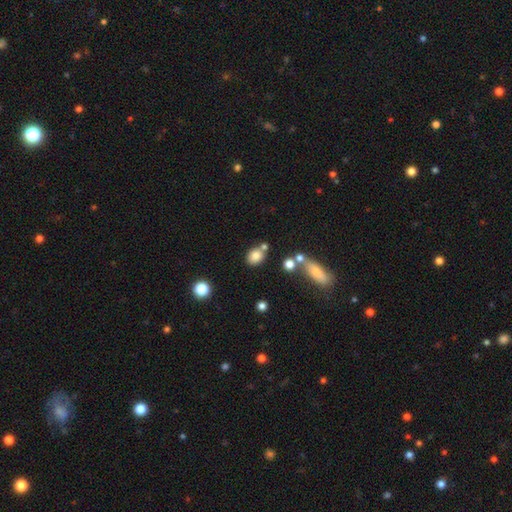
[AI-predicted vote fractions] Smooth or featured: smooth — 81% (star or artifact — 11%)
How rounded: in between — 54% (round — 44%)
Merging: none — 65% (merger — 18%)